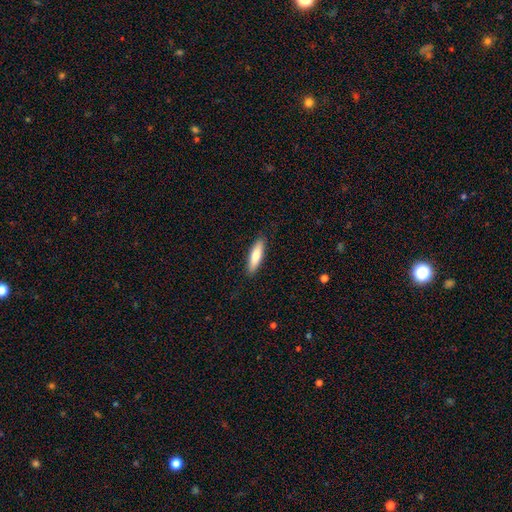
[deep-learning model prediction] smooth-or-featured: smooth: 77% | featured or disk: 18% | star or artifact: 5%
  how-rounded: cigar-shaped: 70% | in between: 29% | round: 1%
  merging: none: 88% | minor disturbance: 9% | major disturbance: 2% | merger: 1%